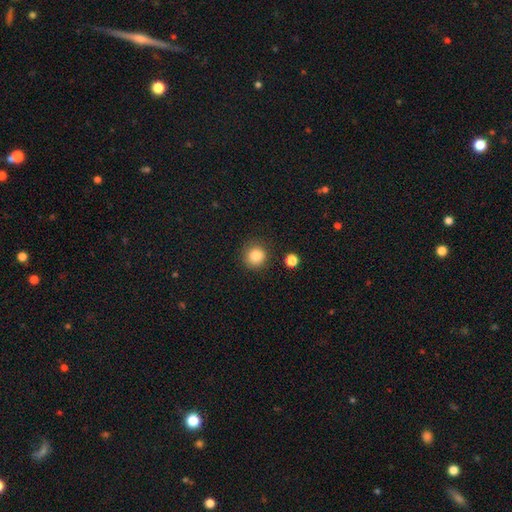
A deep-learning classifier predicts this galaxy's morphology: A smooth galaxy with no disk features (85%) that is round (90%). Merging: none (85%).